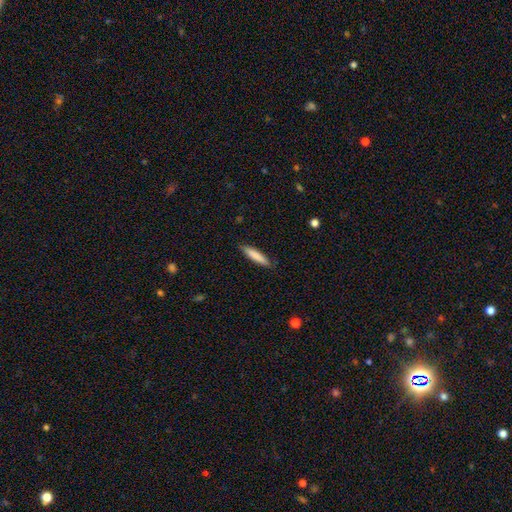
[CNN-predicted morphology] Q: Smooth or featured?
A: smooth (81%); runner-up: featured or disk (13%)
Q: How rounded?
A: cigar-shaped (87%); runner-up: in between (11%)
Q: Merging?
A: none (87%); runner-up: minor disturbance (10%)